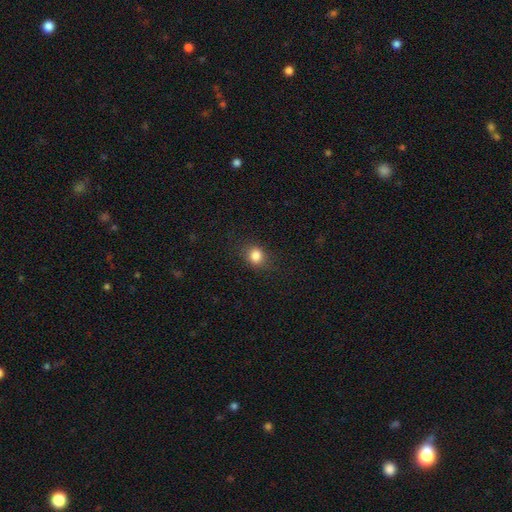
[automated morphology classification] A smooth galaxy with no disk features (83%) that is round (63%). Merging: none (83%).